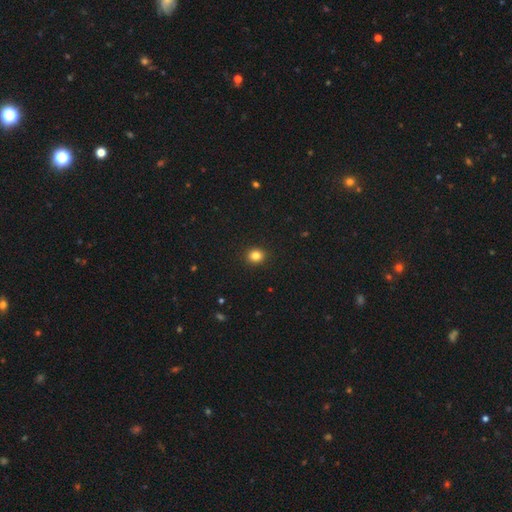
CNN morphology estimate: Overall: smooth (83%). How rounded: round (79%). Merging: none (92%).